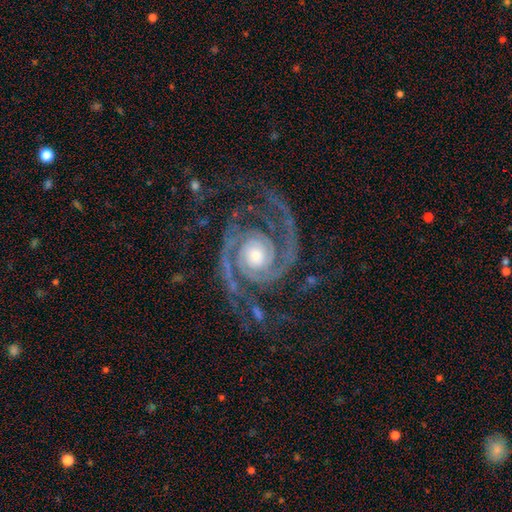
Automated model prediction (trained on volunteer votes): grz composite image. It shows a featured or disk galaxy (94%) with no bar (73%), 2 (78%) tight (58%) spiral arms (99%) and a moderate central bulge (56%). Merging: none (70%).